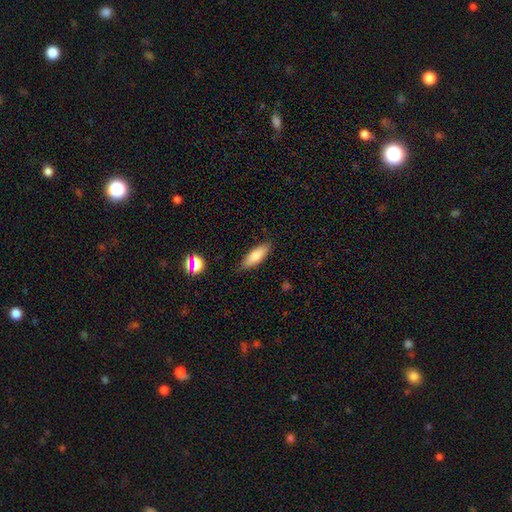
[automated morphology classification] smooth_or_featured: smooth (p=0.79) [alt: featured or disk p=0.14]
how_rounded: in between (p=0.59) [alt: cigar-shaped p=0.39]
merging: none (p=0.85) [alt: minor disturbance p=0.11]